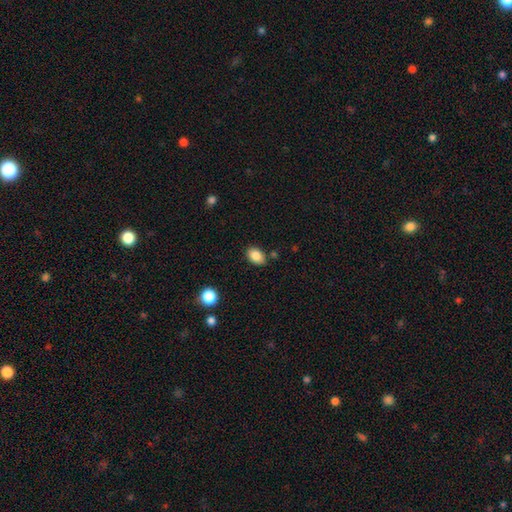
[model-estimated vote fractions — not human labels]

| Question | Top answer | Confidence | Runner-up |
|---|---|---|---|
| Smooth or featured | smooth | 86% | star or artifact (8%) |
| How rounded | in between | 83% | round (16%) |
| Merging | none | 82% | minor disturbance (12%) |